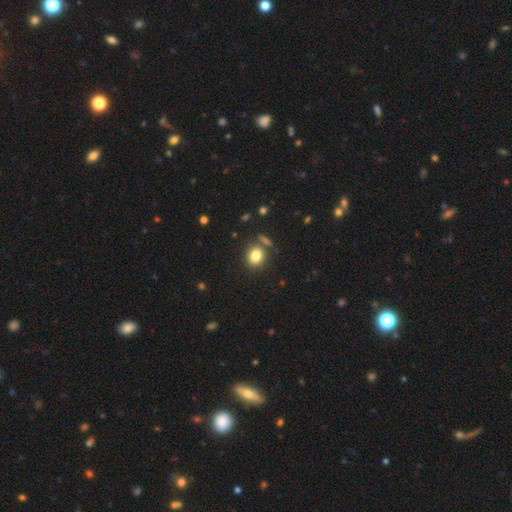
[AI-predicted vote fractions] Smooth or featured? smooth (81%)
How rounded? round (74%)
Merging? none (77%)